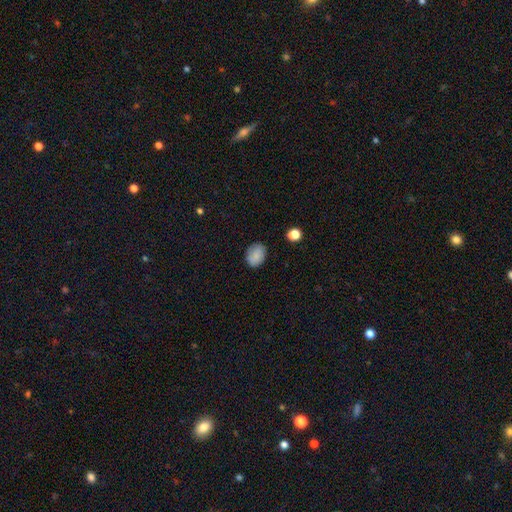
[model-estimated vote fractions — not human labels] A smooth galaxy with no disk features (83%) that is in between round and cigar-shaped (65%). Merging: none (81%).